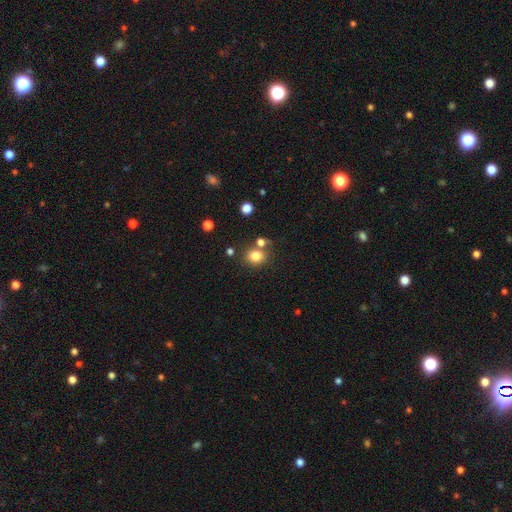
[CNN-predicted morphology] Smooth or featured? Predicted: smooth (p=0.80). How rounded? Predicted: round (p=0.74). Merging? Predicted: none (p=0.68).